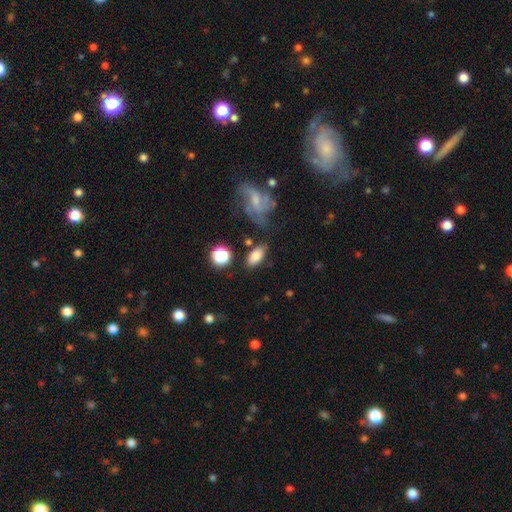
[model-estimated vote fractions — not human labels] Overall: smooth (78%). How rounded: in between (89%). Merging: none (72%).